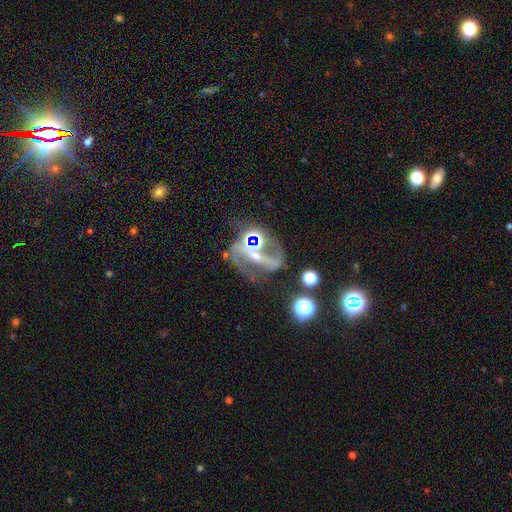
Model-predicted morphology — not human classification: Smooth or featured? Predicted: featured or disk (p=0.70). Edge-on disk? Predicted: no (p=0.94). Bar? Predicted: strong (p=0.50). Spiral arms? Predicted: yes (p=0.79). Spiral winding? Predicted: medium (p=0.45). Spiral arm count? Predicted: 2 (p=0.75). Bulge size? Predicted: small (p=0.47). Merging? Predicted: none (p=0.44).